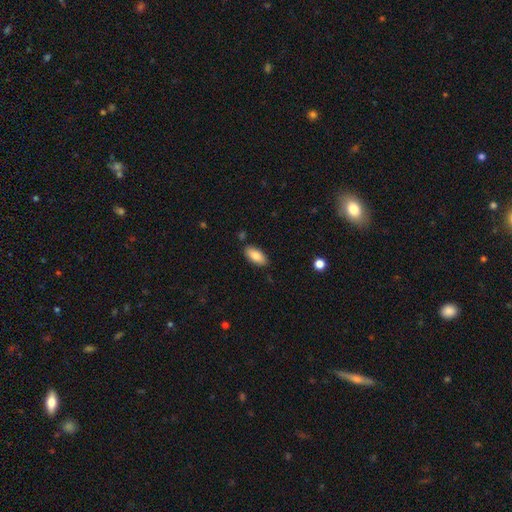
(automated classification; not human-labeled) A smooth galaxy with no disk features (84%) that is in between round and cigar-shaped (90%).

Vote fractions:
- Smooth or featured? smooth: 84% / featured or disk: 10% / star or artifact: 7%
- How rounded? in between: 90% / cigar-shaped: 8% / round: 2%
- Merging? none: 85% / minor disturbance: 11% / merger: 2% / major disturbance: 2%